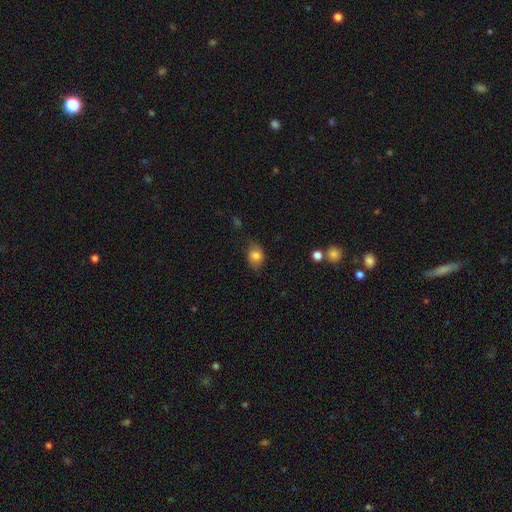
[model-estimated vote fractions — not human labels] Morphology: type=smooth (79%); roundness=in between (61%); merging=none (69%).